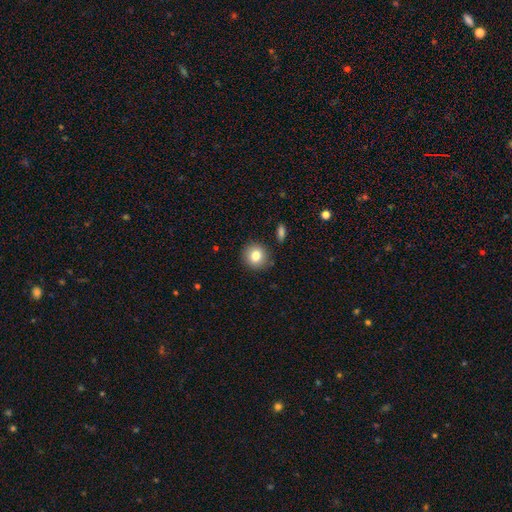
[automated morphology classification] The model was most divided on "smooth or featured": smooth: 81%, star or artifact: 10%, featured or disk: 10%. More confident: how rounded — round (90%); merging — none (88%).